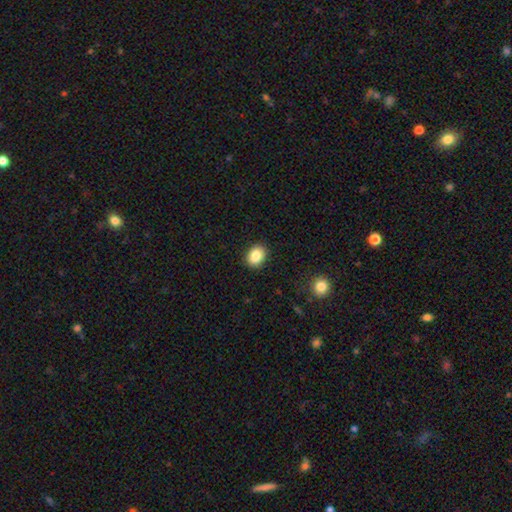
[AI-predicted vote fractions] smooth 86%, star or artifact 9%, featured or disk 5%. Down the decision tree: how rounded — in between (60%); merging — none (90%).